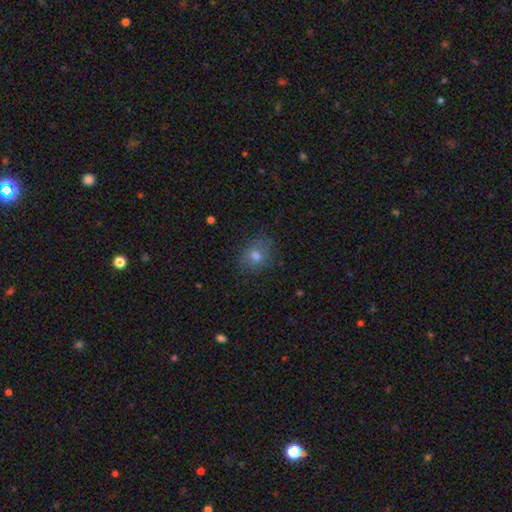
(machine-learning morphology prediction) Overall: smooth (71%). How rounded: round (60%; in between 39%). Merging: none (78%).